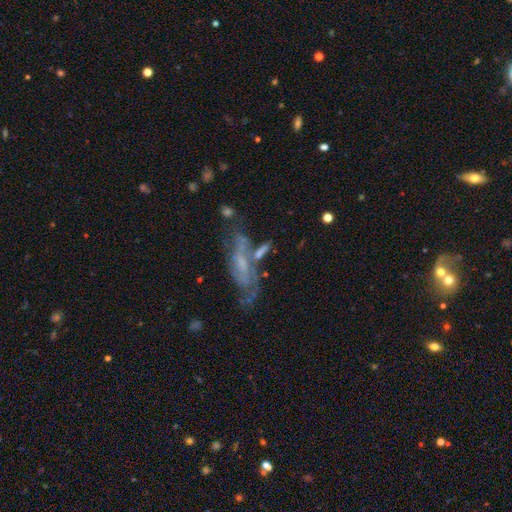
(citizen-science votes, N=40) smooth-or-featured: featured or disk: 78% | smooth: 20% | star or artifact: 2%
  disk-edge-on: no: 94% | yes: 6%
    bar: no: 59% | weak: 24% | strong: 17%
    has-spiral-arms: yes: 90% | no: 10%
      spiral-winding: medium: 62% | loose: 35% | tight: 4%
      spiral-arm-count: 2: 38% | 1: 31% | can't tell: 23% | 3: 4% | 4: 4% | more than 4: 0%
    bulge-size: small: 48% | none: 28% | moderate: 21% | large: 3% | dominant: 0%
  merging: none: 31% (tied) | minor disturbance: 31% (tied) | merger: 21% | major disturbance: 18%